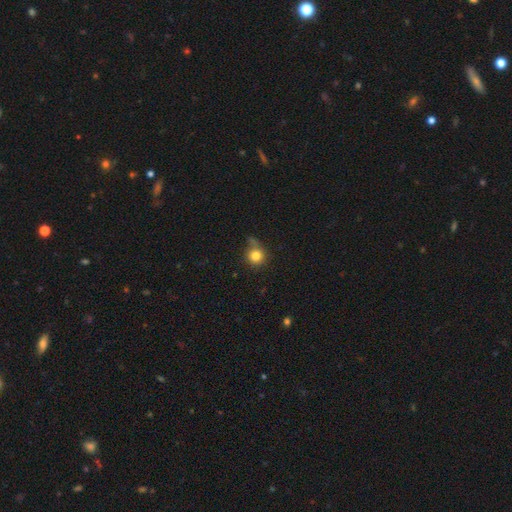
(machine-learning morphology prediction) smooth-or-featured: smooth: 81% | star or artifact: 11% | featured or disk: 7%
  how-rounded: round: 91% | in between: 8% | cigar-shaped: 1%
  merging: none: 63% | minor disturbance: 20% | merger: 9% | major disturbance: 7%